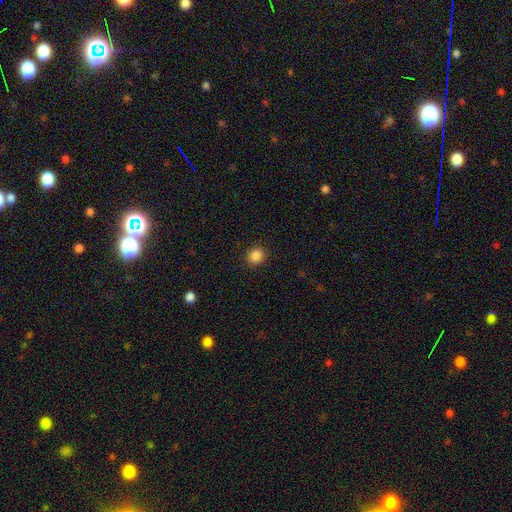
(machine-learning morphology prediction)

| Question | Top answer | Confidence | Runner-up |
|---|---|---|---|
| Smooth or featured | smooth | 86% | star or artifact (10%) |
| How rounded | round | 83% | in between (16%) |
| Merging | none | 91% | minor disturbance (6%) |